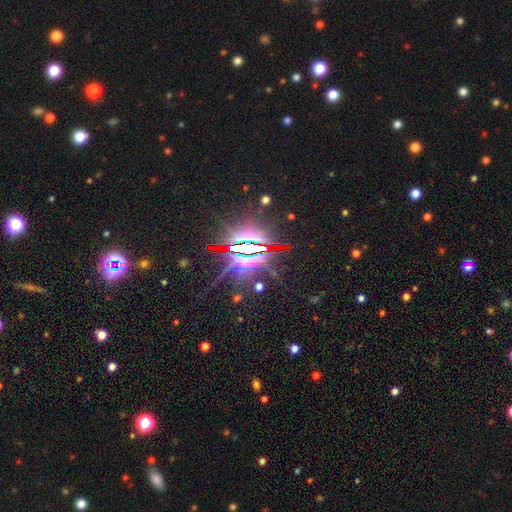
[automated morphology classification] This is clearly a star or artifact rather than a galaxy (86%).